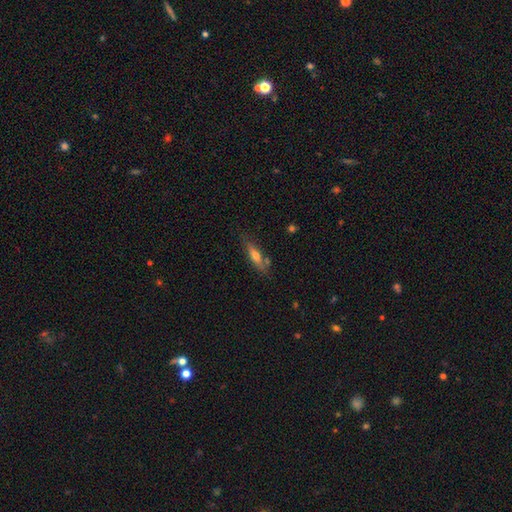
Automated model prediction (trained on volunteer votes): The model was most divided on "smooth or featured": smooth: 58%, featured or disk: 36%, star or artifact: 7%. More confident: merging — none (71%); how rounded — cigar-shaped (64%).